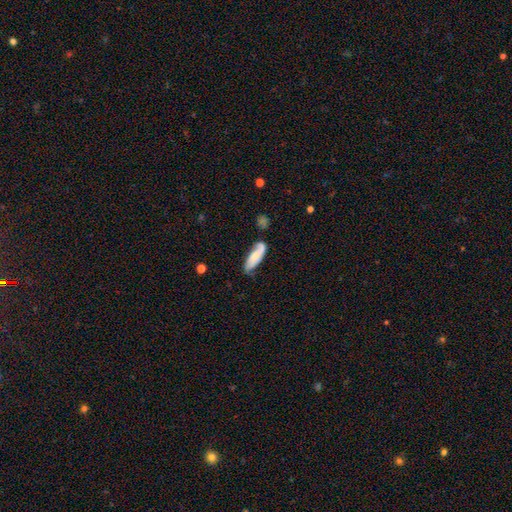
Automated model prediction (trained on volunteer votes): Smooth or featured: smooth — 51% (featured or disk — 43%)
How rounded: in between — 59% (cigar-shaped — 39%)
Merging: none — 56% (minor disturbance — 29%)